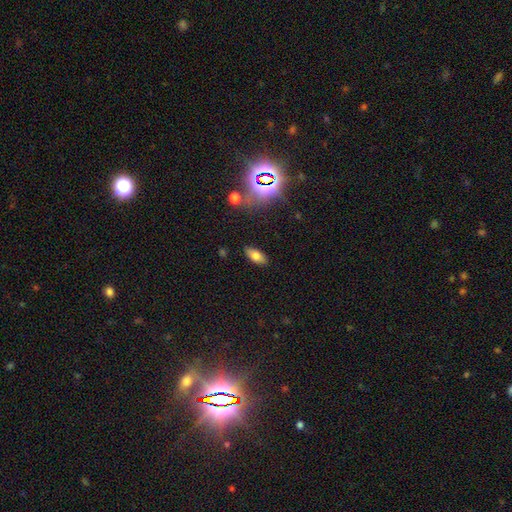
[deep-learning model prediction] Q: Smooth or featured?
A: smooth (74%); runner-up: featured or disk (14%)
Q: How rounded?
A: in between (88%); runner-up: cigar-shaped (9%)
Q: Merging?
A: none (86%); runner-up: minor disturbance (9%)